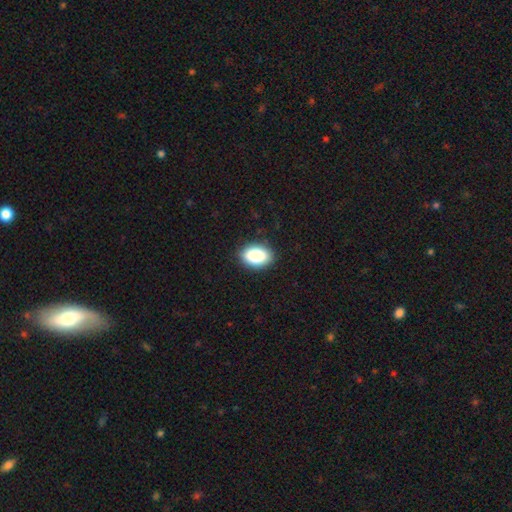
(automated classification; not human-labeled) smooth_or_featured: smooth (p=0.87) [alt: star or artifact p=0.08]
how_rounded: in between (p=0.87) [alt: round p=0.12]
merging: none (p=0.87) [alt: minor disturbance p=0.10]